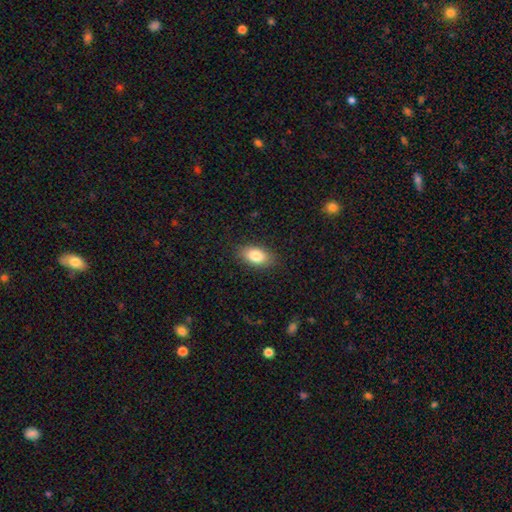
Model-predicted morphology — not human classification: Smooth or featured?
  - smooth: 83% *
  - featured or disk: 9%
  - star or artifact: 8%
How rounded?
  - in between: 90% *
  - round: 7%
  - cigar-shaped: 3%
Merging?
  - none: 87% *
  - minor disturbance: 9%
  - major disturbance: 3%
  - merger: 1%